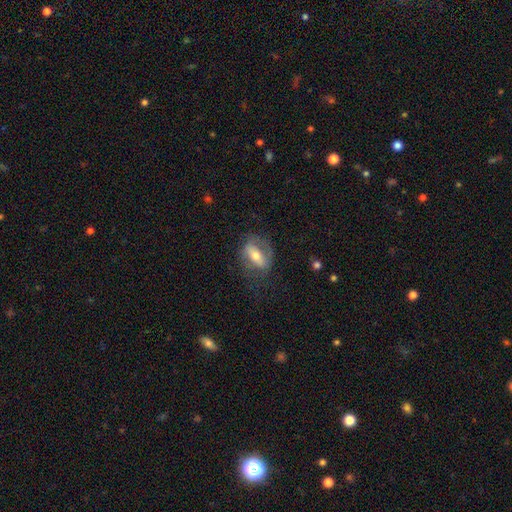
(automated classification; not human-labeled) Morphology: type=featured or disk (57%); edge-on=no (84%); merging=none (62%).